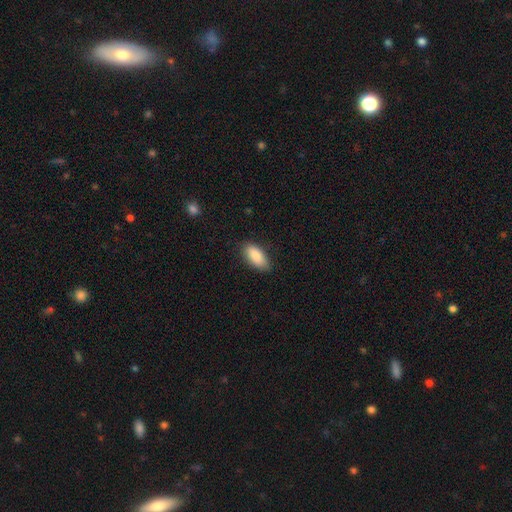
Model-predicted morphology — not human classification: smooth 85%, featured or disk 8%, star or artifact 6%. Down the decision tree: how rounded — in between (88%); merging — none (83%).